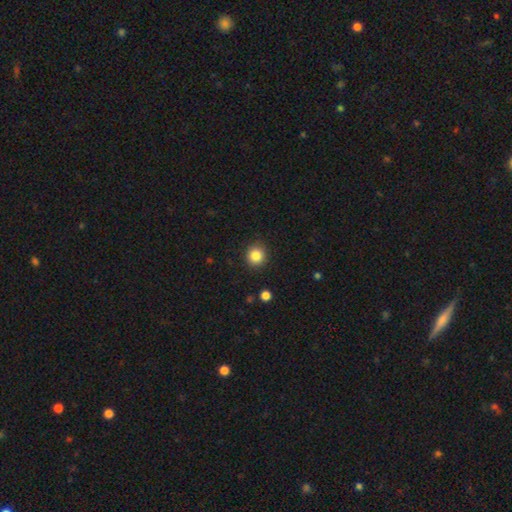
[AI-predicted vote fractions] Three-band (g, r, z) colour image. It shows a smooth galaxy with no disk features (85%) that is round (92%). Merging: none (91%).